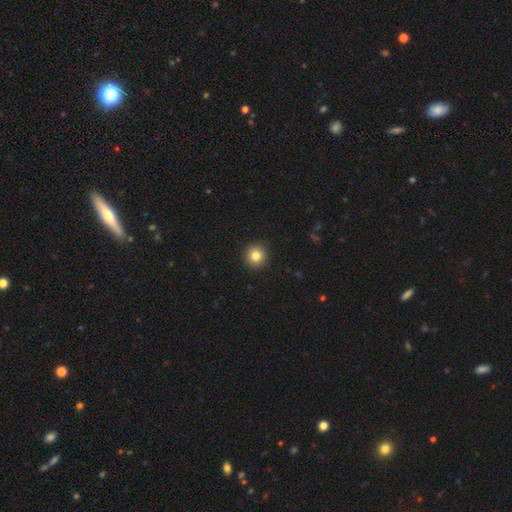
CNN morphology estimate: Smooth or featured?
  - smooth: 84% *
  - star or artifact: 10%
  - featured or disk: 6%
How rounded?
  - round: 94% *
  - in between: 5%
  - cigar-shaped: 1%
Merging?
  - none: 92% *
  - minor disturbance: 5%
  - major disturbance: 2%
  - merger: 1%